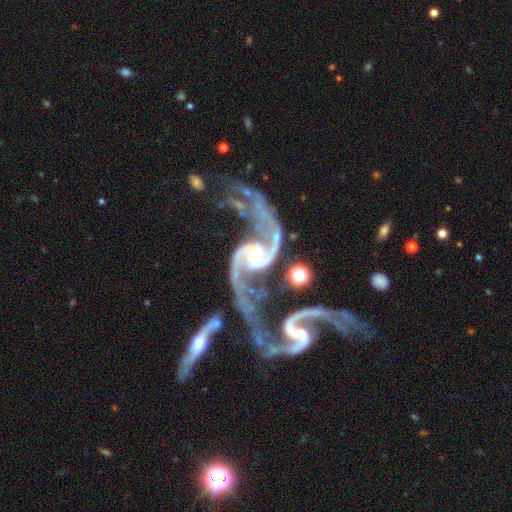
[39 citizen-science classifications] This is clearly a featured or disk galaxy (100%). It is clearly not viewed edge-on (97%). Bar: possibly no (55%). Spiral arm pattern: clearly yes (100%). Spiral arm count: clearly 2 (97%). Spiral winding: possibly loose (58%). Central bulge: possibly moderate (47%). Merging: likely merger (72%).